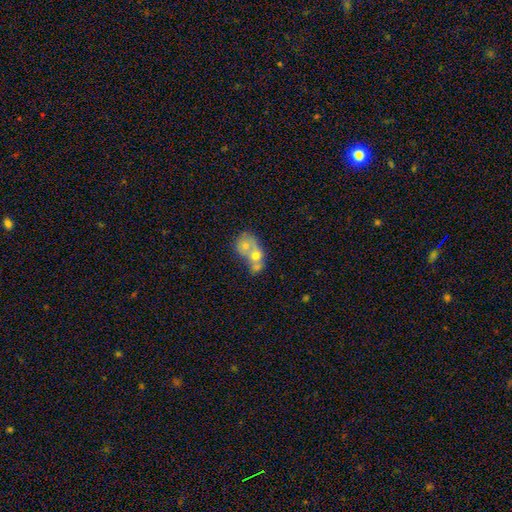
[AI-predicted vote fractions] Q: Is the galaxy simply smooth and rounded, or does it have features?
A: smooth — 56%.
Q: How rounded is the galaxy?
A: round — 55%.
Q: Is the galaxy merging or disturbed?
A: merger — 77%.